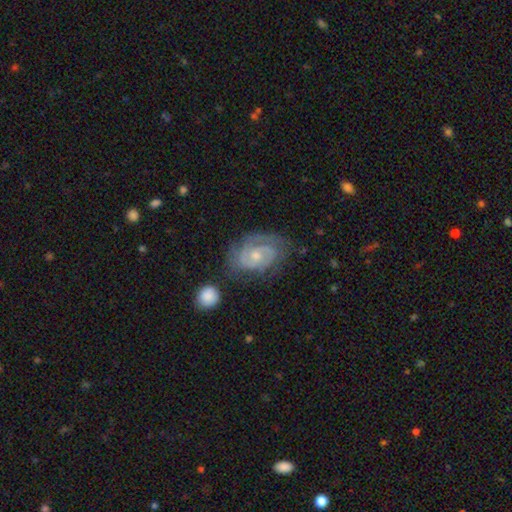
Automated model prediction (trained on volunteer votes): Smooth or featured?
  - featured or disk: 84% *
  - smooth: 10%
  - star or artifact: 6%
Edge-on disk?
  - no: 97% *
  - yes: 3%
Bar?
  - no: 64% *
  - weak: 31%
  - strong: 5%
Spiral arms?
  - yes: 95% *
  - no: 5%
Spiral winding?
  - tight: 59% *
  - medium: 34%
  - loose: 7%
Spiral arm count?
  - 2: 68% *
  - can't tell: 14%
  - 3: 9%
  - 1: 5%
  - 4: 2%
  - more than 4: 2%
Bulge size?
  - small: 53% *
  - moderate: 42%
  - none: 2%
  - large: 2%
  - dominant: 1%
Merging?
  - none: 67% *
  - minor disturbance: 21%
  - major disturbance: 9%
  - merger: 3%